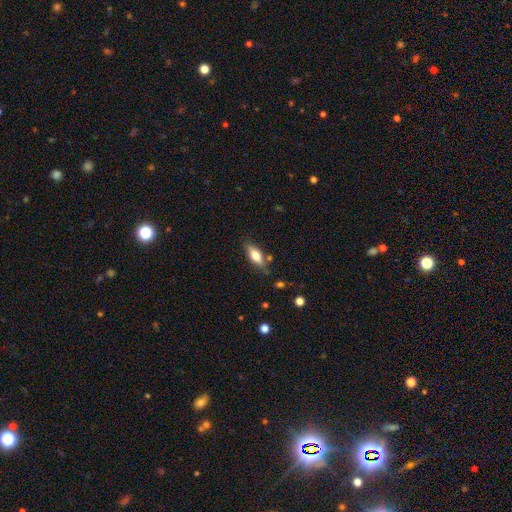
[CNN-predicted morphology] Smooth or featured? smooth (66%)
How rounded? in between (71%)
Merging? none (78%)